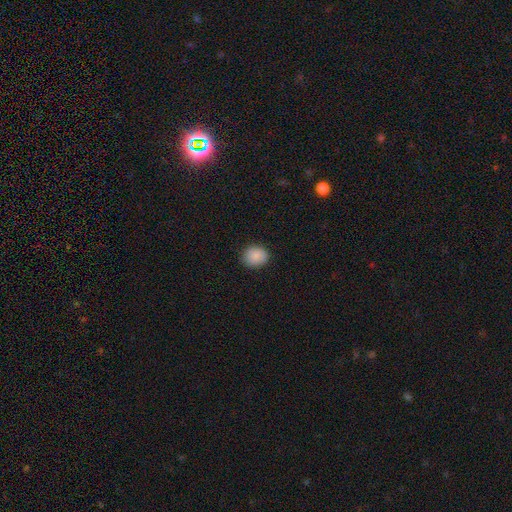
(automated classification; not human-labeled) Smooth or featured?
  - smooth: 87% *
  - star or artifact: 8%
  - featured or disk: 5%
How rounded?
  - round: 65% *
  - in between: 34%
  - cigar-shaped: 1%
Merging?
  - none: 87% *
  - minor disturbance: 10%
  - major disturbance: 2%
  - merger: 1%